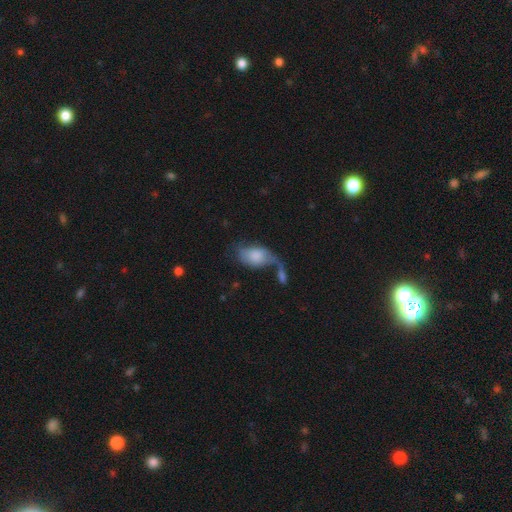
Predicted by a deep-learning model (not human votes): Overall: smooth (59%; featured or disk 34%). How rounded: in between (90%). Merging: merger (31%; major disturbance 28%).